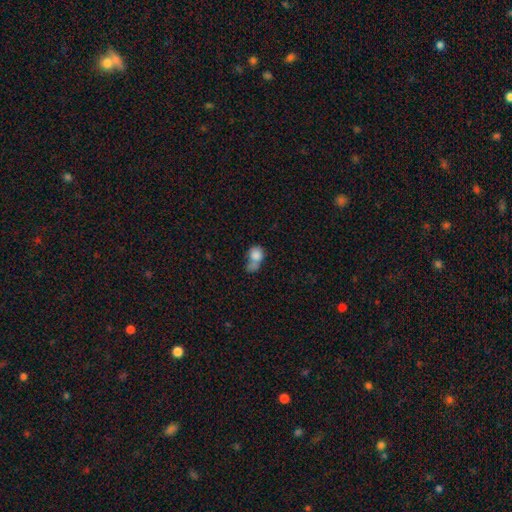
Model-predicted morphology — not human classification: Smooth or featured? Predicted: smooth (p=0.78). How rounded? Predicted: round (p=0.52). Merging? Predicted: merger (p=0.44).